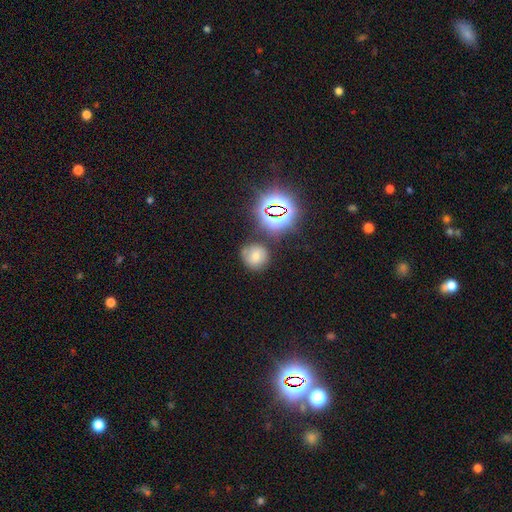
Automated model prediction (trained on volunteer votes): Morphology: type=smooth (63%); roundness=round (88%); merging=none (71%).